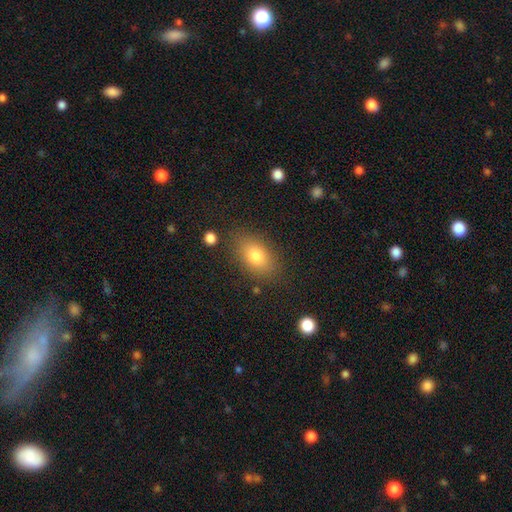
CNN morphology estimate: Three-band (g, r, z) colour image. It shows a smooth galaxy with no disk features (79%) that is in between round and cigar-shaped (86%). Merging: none (82%).